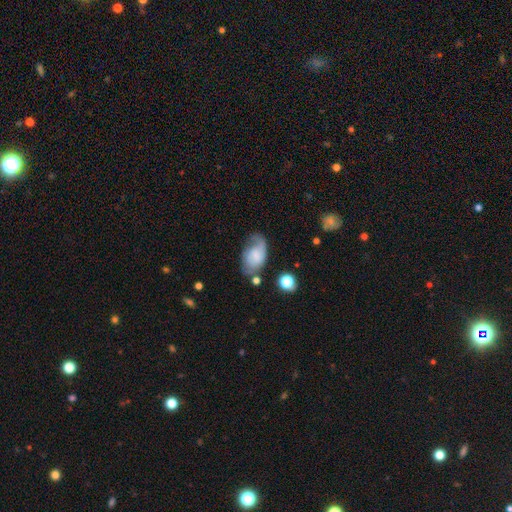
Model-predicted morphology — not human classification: smooth-or-featured: smooth: 54% | featured or disk: 37% | star or artifact: 8%
  how-rounded: in between: 91% | round: 7% | cigar-shaped: 2%
  merging: none: 44% | minor disturbance: 32% | major disturbance: 18% | merger: 6%